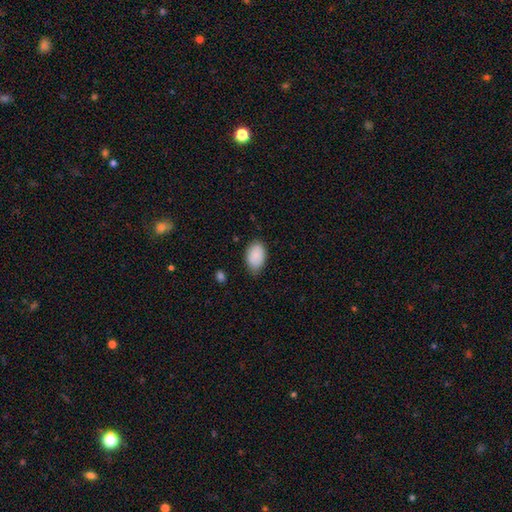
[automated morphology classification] type=smooth (89%); roundness=in between (92%); merging=none (75%).